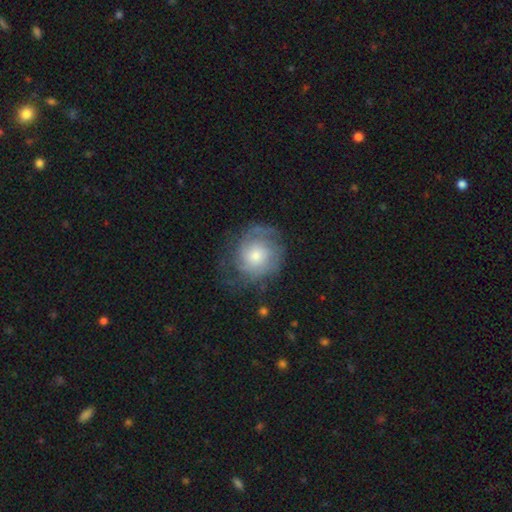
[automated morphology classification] featured or disk 62%, smooth 31%, star or artifact 7%. Down the decision tree: edge-on disk — no (97%); bar — no (79%); spiral arms — yes (84%); spiral arm count — can't tell (41%); spiral winding — tight (55%); bulge size — moderate (55%); merging — none (62%).